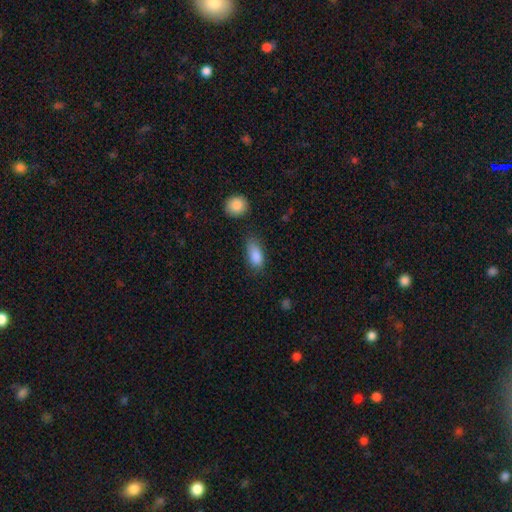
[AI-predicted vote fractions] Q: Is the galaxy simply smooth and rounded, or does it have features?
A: smooth — 86%.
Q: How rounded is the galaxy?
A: in between — 86%.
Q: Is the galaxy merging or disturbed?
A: none — 64%.